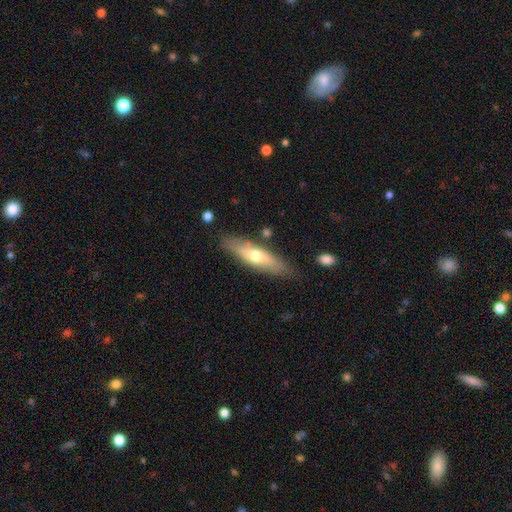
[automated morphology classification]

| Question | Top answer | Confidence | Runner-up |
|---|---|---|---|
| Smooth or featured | smooth | 49% | featured or disk (45%) |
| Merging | none | 80% | minor disturbance (13%) |